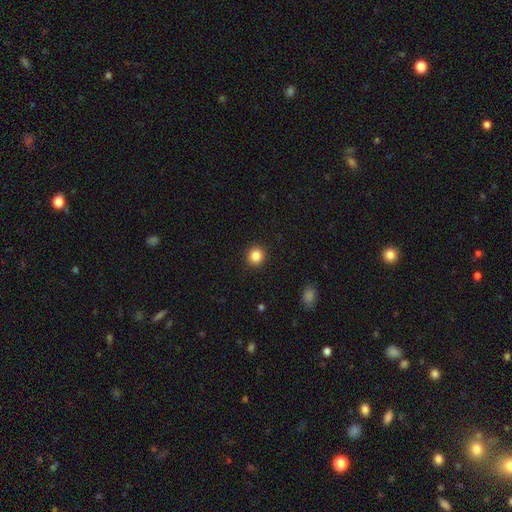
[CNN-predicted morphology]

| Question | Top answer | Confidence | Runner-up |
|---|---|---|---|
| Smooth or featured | smooth | 86% | star or artifact (10%) |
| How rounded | round | 93% | in between (6%) |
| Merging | none | 92% | minor disturbance (5%) |